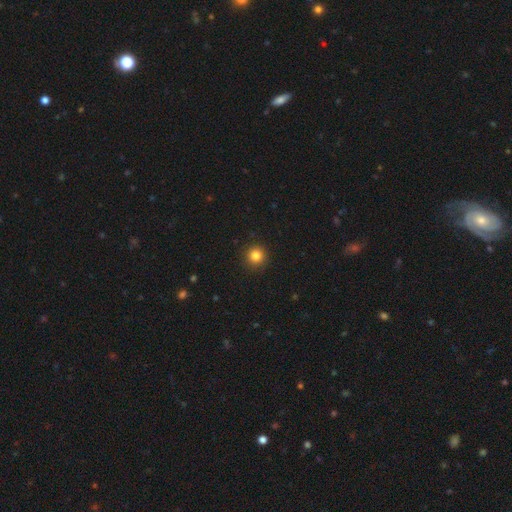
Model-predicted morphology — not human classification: Smooth or featured: smooth — 83% (star or artifact — 12%)
How rounded: round — 95% (in between — 4%)
Merging: none — 93% (minor disturbance — 5%)